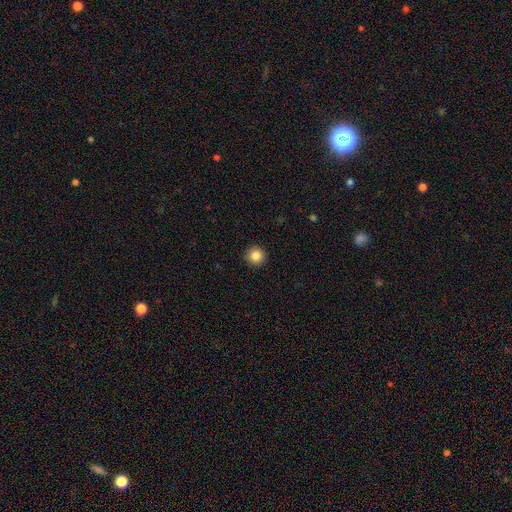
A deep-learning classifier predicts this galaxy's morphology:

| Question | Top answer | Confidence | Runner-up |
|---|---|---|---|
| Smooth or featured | smooth | 85% | star or artifact (10%) |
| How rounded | round | 96% | in between (3%) |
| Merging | none | 93% | minor disturbance (5%) |